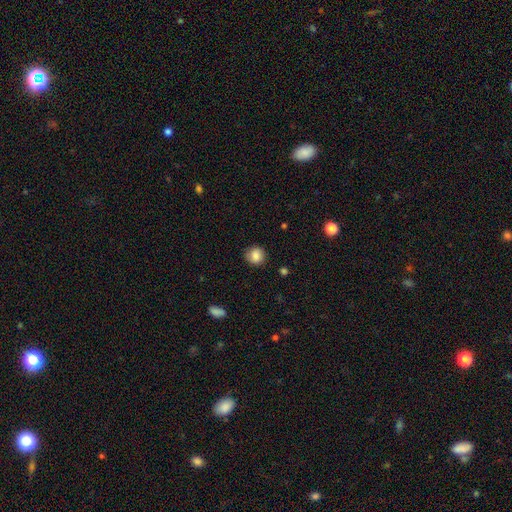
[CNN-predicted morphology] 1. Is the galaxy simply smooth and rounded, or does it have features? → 86% smooth, 9% star or artifact, 5% featured or disk.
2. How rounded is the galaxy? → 86% round, 13% in between, 1% cigar-shaped.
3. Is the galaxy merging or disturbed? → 82% none, 13% minor disturbance, 3% major disturbance, 1% merger.